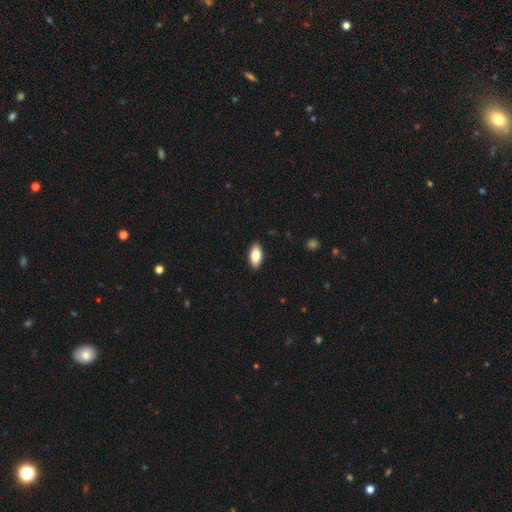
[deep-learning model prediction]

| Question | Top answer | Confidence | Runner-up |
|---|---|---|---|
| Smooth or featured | smooth | 78% | featured or disk (16%) |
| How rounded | in between | 89% | cigar-shaped (8%) |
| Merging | none | 90% | minor disturbance (8%) |